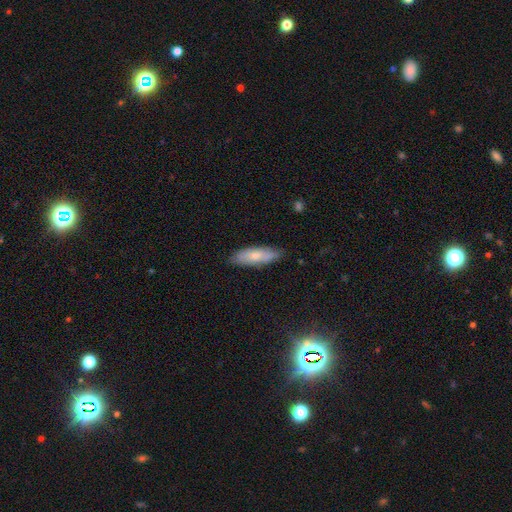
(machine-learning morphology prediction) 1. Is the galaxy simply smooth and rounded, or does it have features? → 70% smooth, 24% featured or disk, 6% star or artifact.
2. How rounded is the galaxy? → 50% in between, 48% cigar-shaped, 2% round.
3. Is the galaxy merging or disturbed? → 82% none, 15% minor disturbance, 2% major disturbance, 1% merger.